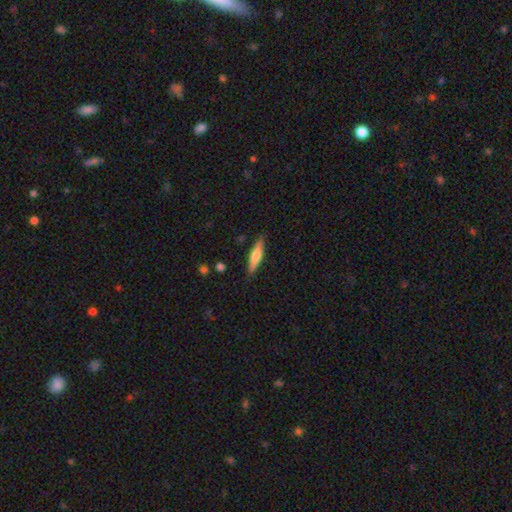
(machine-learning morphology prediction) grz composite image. It shows a smooth galaxy with no disk features (56%) that is cigar-shaped (81%). Merging: none (88%).